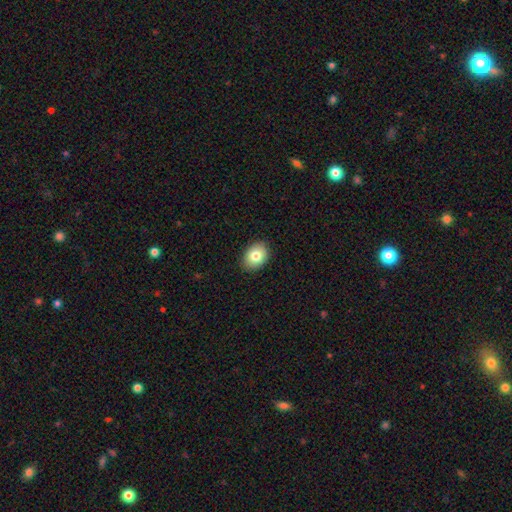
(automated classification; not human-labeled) This appears to be a smooth galaxy with no disk features (82%) that is in between round and cigar-shaped (67%). Merging: none (88%).